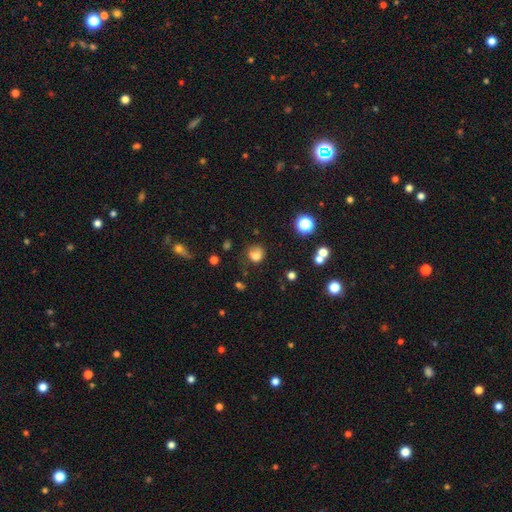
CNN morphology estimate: Overall: smooth (73%). How rounded: round (72%). Merging: none (53%; minor disturbance 27%).